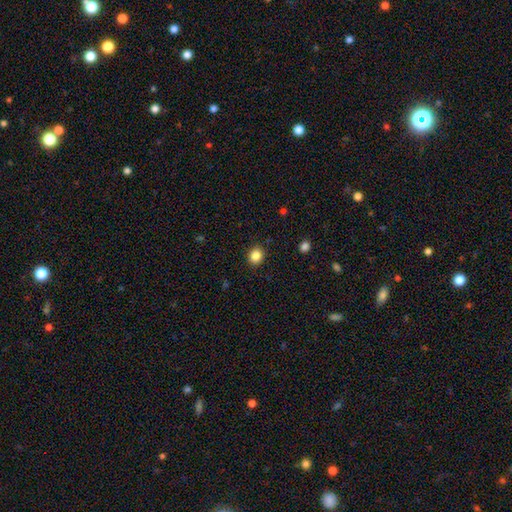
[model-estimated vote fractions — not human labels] Morphology: type=smooth (85%); roundness=round (75%); merging=none (91%).